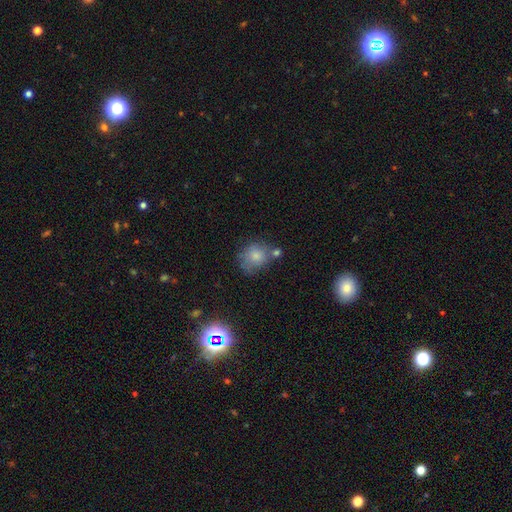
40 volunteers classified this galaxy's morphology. A smooth galaxy with no disk features (75%) that is round (63%). Merging: merger (41%).